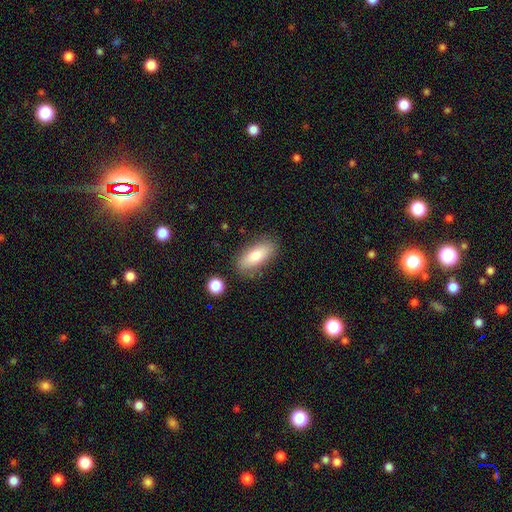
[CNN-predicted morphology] Smooth or featured?
  - smooth: 77% *
  - featured or disk: 15%
  - star or artifact: 7%
How rounded?
  - in between: 77% *
  - cigar-shaped: 20%
  - round: 3%
Merging?
  - none: 81% *
  - minor disturbance: 13%
  - major disturbance: 3%
  - merger: 3%